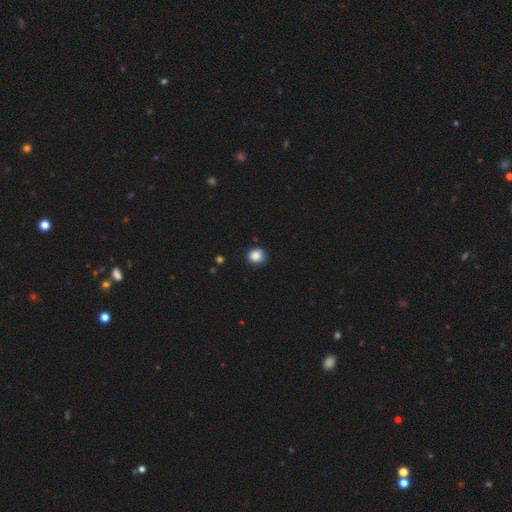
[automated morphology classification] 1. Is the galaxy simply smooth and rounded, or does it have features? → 86% smooth, 10% star or artifact, 4% featured or disk.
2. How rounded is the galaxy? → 84% round, 15% in between, 1% cigar-shaped.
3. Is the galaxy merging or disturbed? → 76% none, 19% minor disturbance, 3% major disturbance, 2% merger.